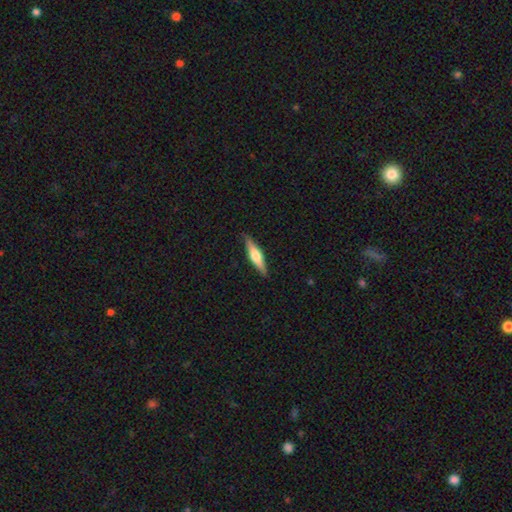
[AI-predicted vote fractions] A featured or disk galaxy (51%) viewed edge-on (94%). Merging: none (87%).